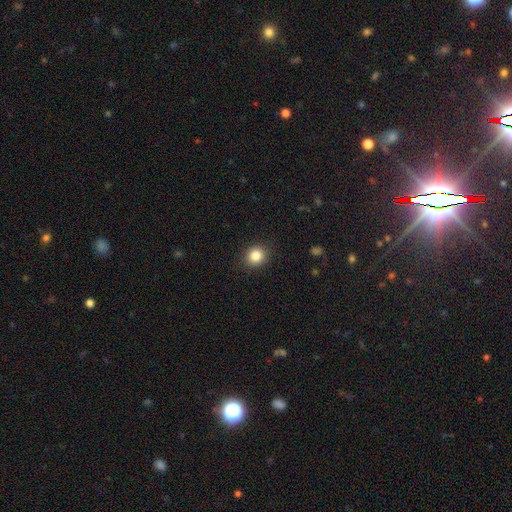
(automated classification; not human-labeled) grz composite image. It shows a smooth galaxy with no disk features (85%) that is round (80%). Merging: none (90%).